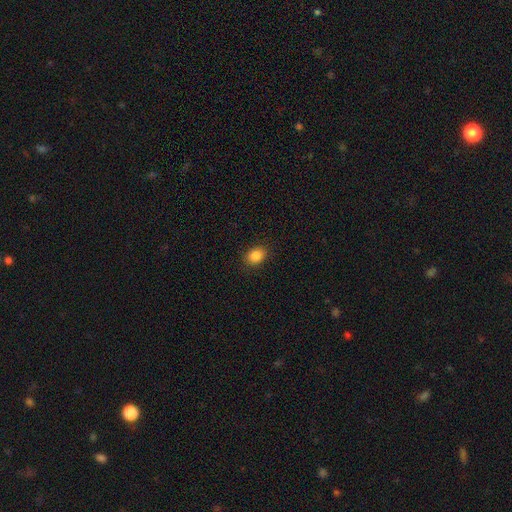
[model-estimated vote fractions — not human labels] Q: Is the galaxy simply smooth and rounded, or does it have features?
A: smooth — 86%.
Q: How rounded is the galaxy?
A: in between — 56%.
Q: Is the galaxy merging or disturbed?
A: none — 89%.